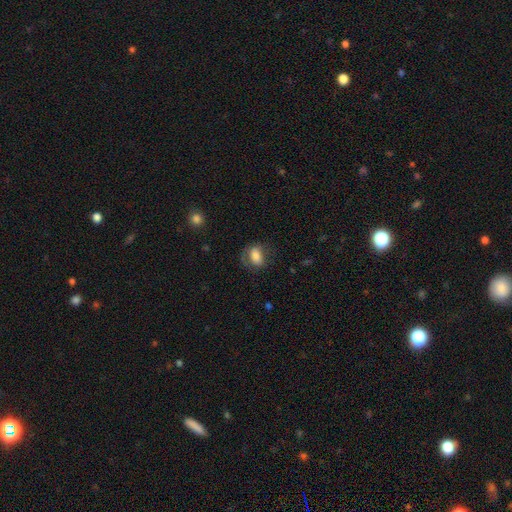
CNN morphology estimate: A smooth galaxy with no disk features (74%) that is in between round and cigar-shaped (78%).

Vote fractions:
- Smooth or featured? smooth: 74% / featured or disk: 18% / star or artifact: 8%
- How rounded? in between: 78% / round: 20% / cigar-shaped: 2%
- Merging? none: 59% / minor disturbance: 23% / major disturbance: 17% / merger: 2%